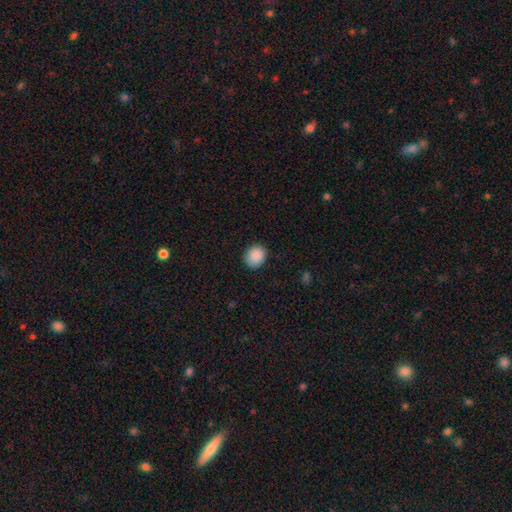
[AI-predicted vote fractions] Q: Smooth or featured?
A: smooth (90%); runner-up: star or artifact (8%)
Q: How rounded?
A: round (65%); runner-up: in between (34%)
Q: Merging?
A: none (87%); runner-up: minor disturbance (9%)